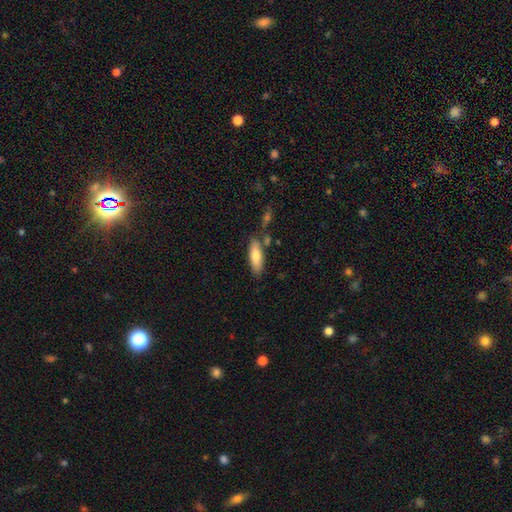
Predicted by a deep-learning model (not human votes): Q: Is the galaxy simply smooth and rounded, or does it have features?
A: smooth — 75%.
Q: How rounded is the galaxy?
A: in between — 57%.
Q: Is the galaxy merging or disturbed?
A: none — 74%.